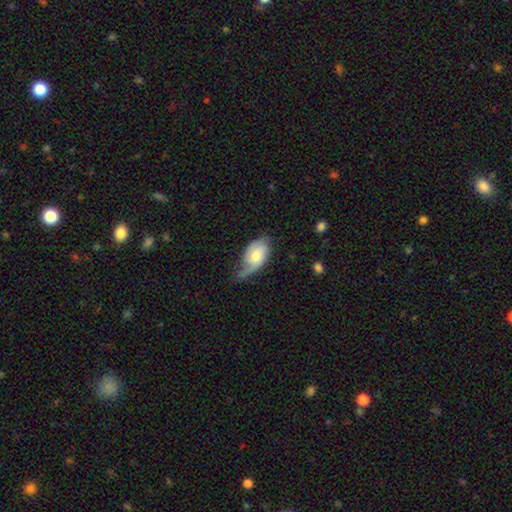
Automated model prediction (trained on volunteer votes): Morphology: type=smooth (52%); roundness=in between (91%); merging=minor disturbance (42%).